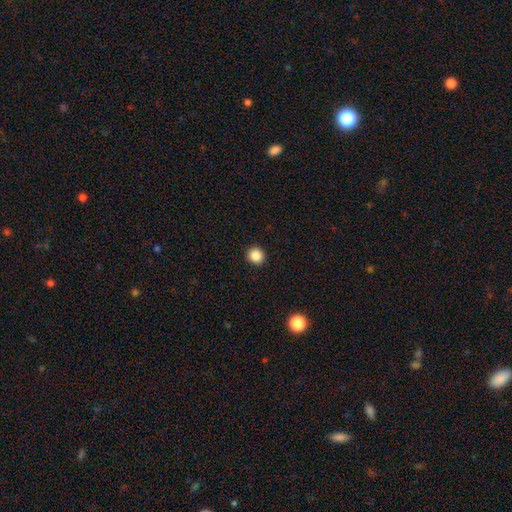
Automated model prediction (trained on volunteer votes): Overall: smooth (87%). How rounded: round (88%). Merging: none (92%).